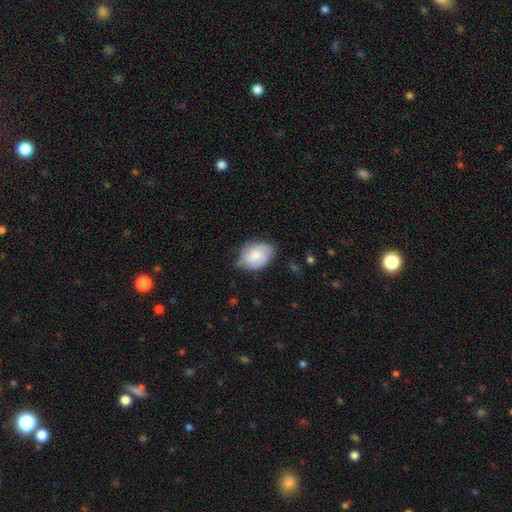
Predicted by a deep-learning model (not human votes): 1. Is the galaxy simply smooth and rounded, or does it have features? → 70% smooth, 24% featured or disk, 6% star or artifact.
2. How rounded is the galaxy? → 74% in between, 25% round, 1% cigar-shaped.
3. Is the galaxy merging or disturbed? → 56% none, 35% minor disturbance, 7% major disturbance, 2% merger.